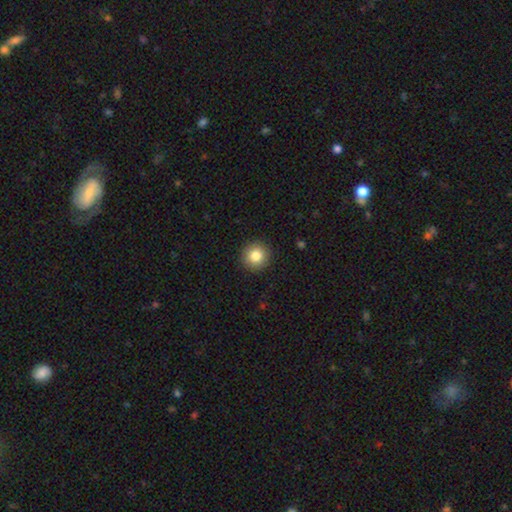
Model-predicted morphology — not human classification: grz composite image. It shows a smooth galaxy with no disk features (83%) that is round (95%). Merging: none (92%).